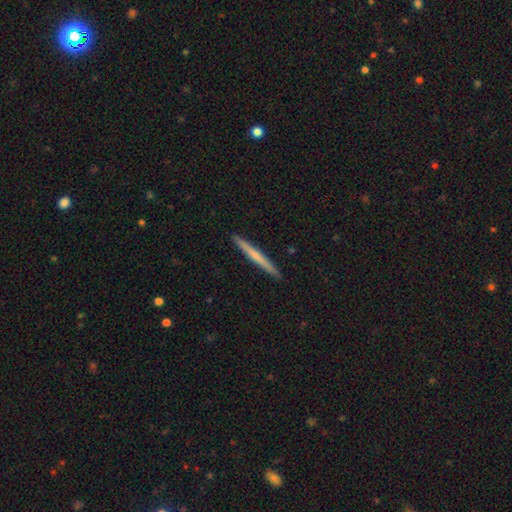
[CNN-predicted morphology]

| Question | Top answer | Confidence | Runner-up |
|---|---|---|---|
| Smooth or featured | smooth | 50% | featured or disk (45%) |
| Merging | none | 93% | minor disturbance (5%) |